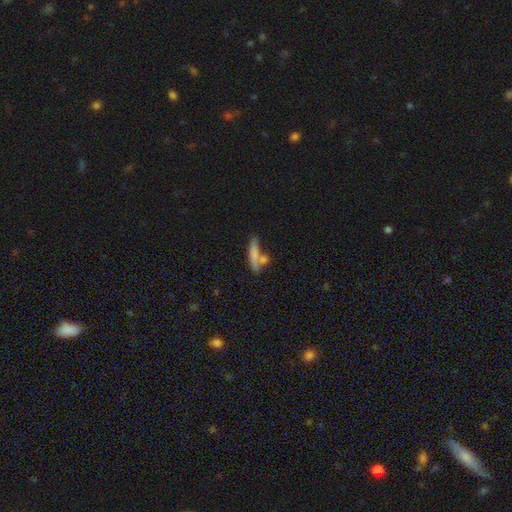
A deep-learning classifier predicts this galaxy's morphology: Smooth or featured? smooth (72%)
How rounded? cigar-shaped (76%)
Merging? none (51%)